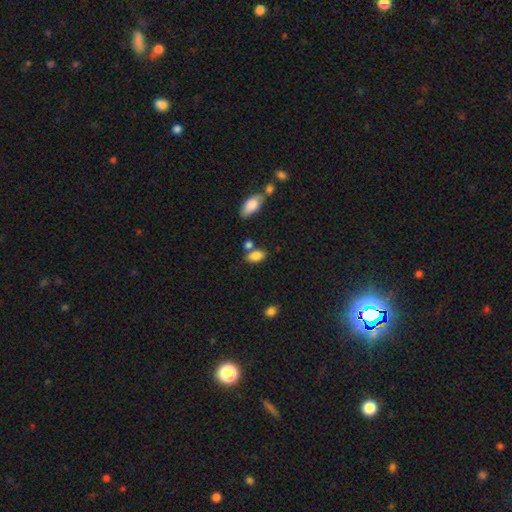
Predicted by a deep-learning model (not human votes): A smooth galaxy with no disk features (84%) that is in between round and cigar-shaped (90%). Merging: none (62%).